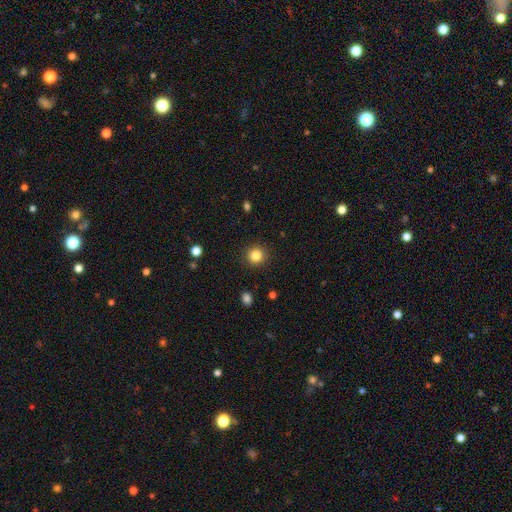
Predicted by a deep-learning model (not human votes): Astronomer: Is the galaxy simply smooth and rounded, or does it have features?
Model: smooth — 84%.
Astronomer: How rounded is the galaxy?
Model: round — 93%.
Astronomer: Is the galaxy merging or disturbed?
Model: none — 91%.